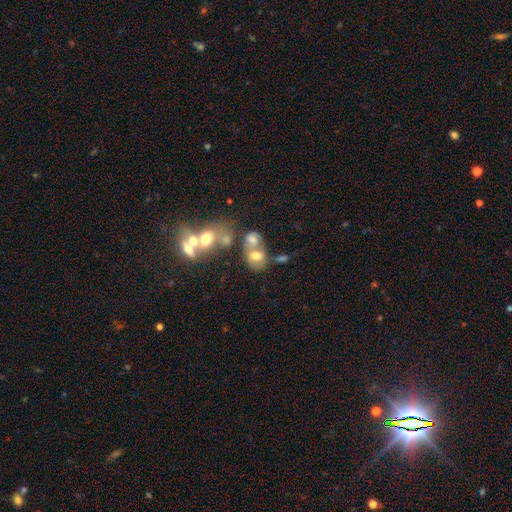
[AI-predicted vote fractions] Smooth or featured? smooth (58%)
How rounded? in between (56%)
Merging? merger (53%)